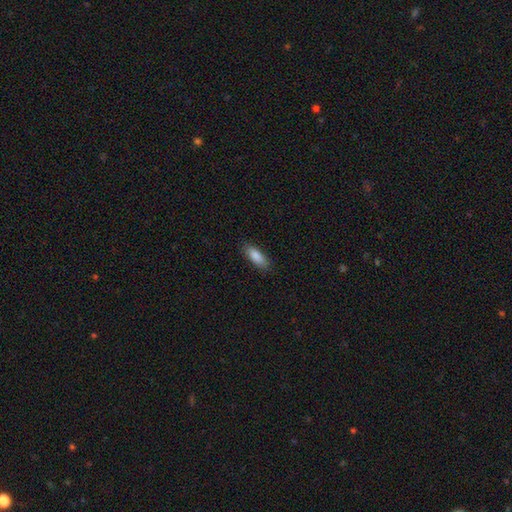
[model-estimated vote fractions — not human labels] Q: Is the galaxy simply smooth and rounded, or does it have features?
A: smooth — 86%.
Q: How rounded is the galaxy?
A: in between — 64%.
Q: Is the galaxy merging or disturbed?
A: none — 86%.